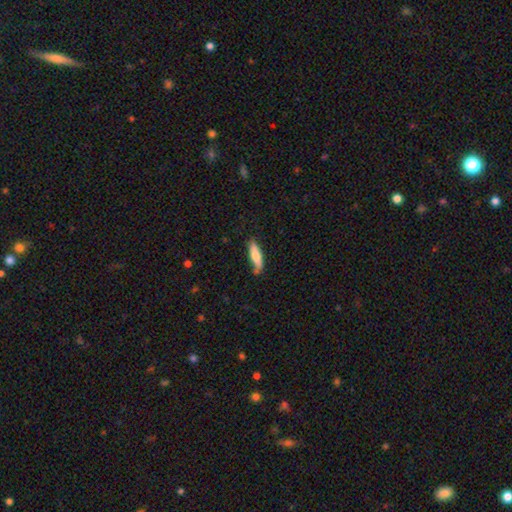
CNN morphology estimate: Q: Smooth or featured?
A: smooth (76%); runner-up: featured or disk (18%)
Q: How rounded?
A: cigar-shaped (68%); runner-up: in between (30%)
Q: Merging?
A: none (73%); runner-up: minor disturbance (20%)